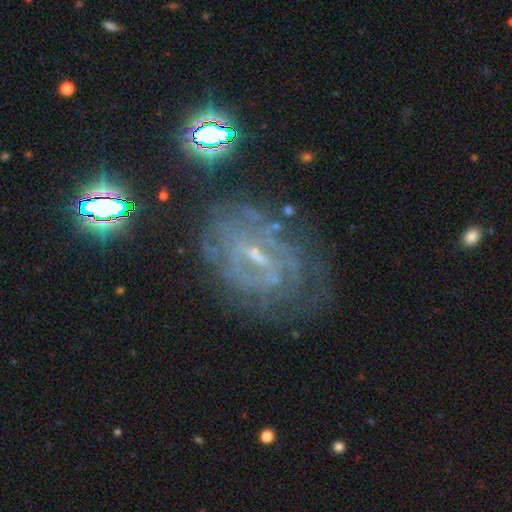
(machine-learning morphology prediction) A featured or disk galaxy (76%) with a weak bar (52%), tight (58%) spiral arms (80%) and a small central bulge (63%).

Vote fractions:
- Smooth or featured? featured or disk: 76% / star or artifact: 14% / smooth: 10%
- Edge-on disk? no: 96% / yes: 4%
- Bar? weak: 52% / strong: 30% / no: 19%
- Spiral arms? yes: 80% / no: 20%
- Spiral winding? tight: 58% / medium: 32% / loose: 11%
- Spiral arm count? can't tell: 52% / 2: 24% / 3: 9% / 4: 5% / 1: 5% / more than 4: 4%
- Bulge size? small: 63% / moderate: 21% / none: 14% / large: 1% / dominant: 1%
- Merging? none: 64% / minor disturbance: 19% / major disturbance: 14% / merger: 3%